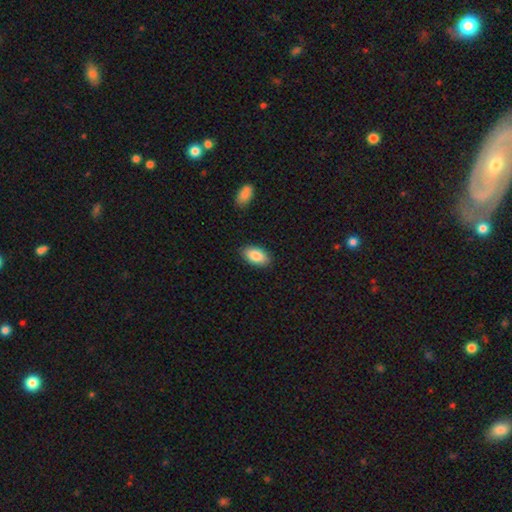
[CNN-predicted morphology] smooth-or-featured: smooth: 86% | featured or disk: 8% | star or artifact: 6%
  how-rounded: in between: 94% | round: 4% | cigar-shaped: 2%
  merging: none: 87% | minor disturbance: 9% | major disturbance: 2% | merger: 1%